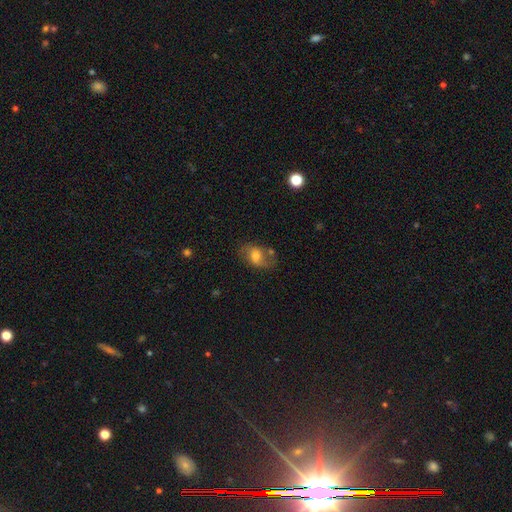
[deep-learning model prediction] Overall: smooth (55%; featured or disk 35%). How rounded: in between (78%). Merging: none (61%; minor disturbance 21%).